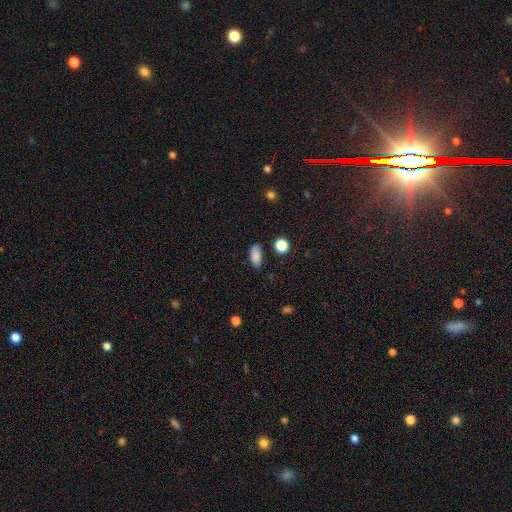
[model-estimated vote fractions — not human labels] A smooth galaxy with no disk features (84%) that is in between round and cigar-shaped (88%).

Vote fractions:
- Smooth or featured? smooth: 84% / star or artifact: 9% / featured or disk: 7%
- How rounded? in between: 88% / cigar-shaped: 7% / round: 5%
- Merging? none: 77% / minor disturbance: 16% / major disturbance: 4% / merger: 3%